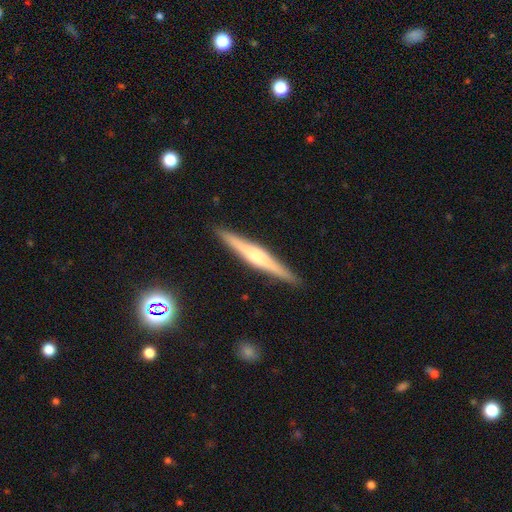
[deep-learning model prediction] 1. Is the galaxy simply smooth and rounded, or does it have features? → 74% featured or disk, 19% smooth, 6% star or artifact.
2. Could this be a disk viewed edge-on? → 98% yes, 2% no.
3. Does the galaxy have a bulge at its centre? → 77% rounded, 13% boxy, 10% none.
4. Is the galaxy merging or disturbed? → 91% none, 6% minor disturbance, 1% major disturbance, 1% merger.